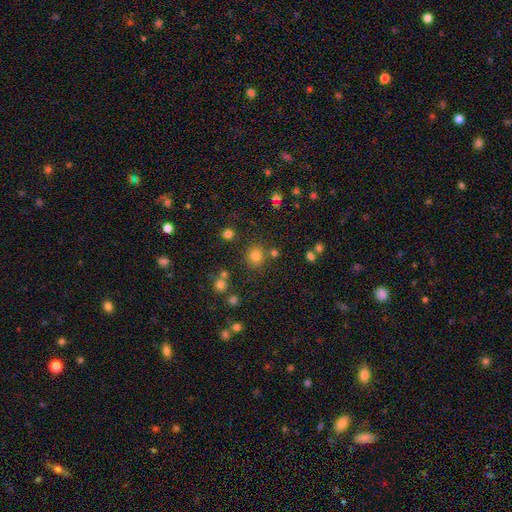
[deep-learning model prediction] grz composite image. It shows a smooth galaxy with no disk features (77%) that is round (89%). Merging: none (81%).